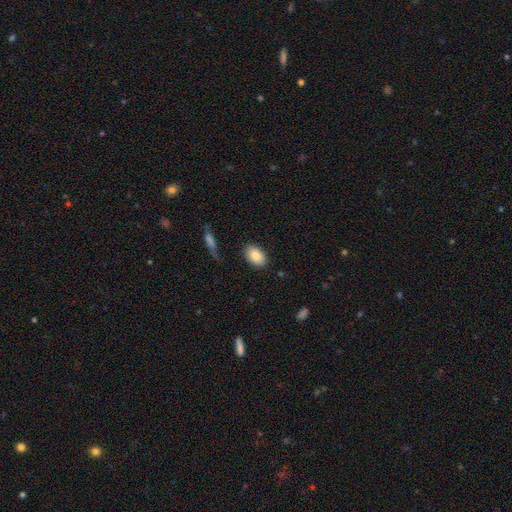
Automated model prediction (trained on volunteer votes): smooth 86%, featured or disk 7%, star or artifact 7%. Down the decision tree: how rounded — in between (88%); merging — none (86%).